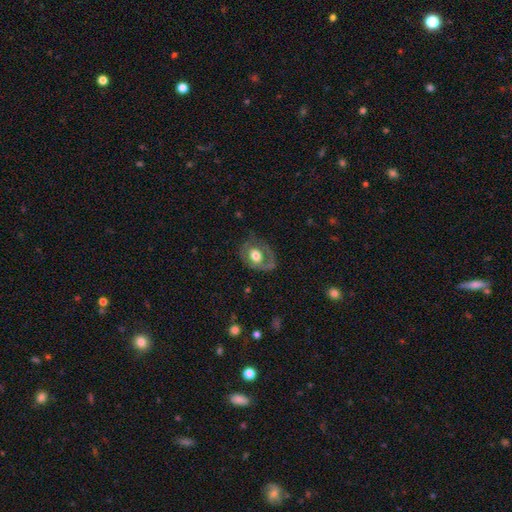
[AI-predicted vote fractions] This is possibly a featured or disk galaxy (53%). It is clearly not viewed edge-on (95%). Merging: possibly none (57%).